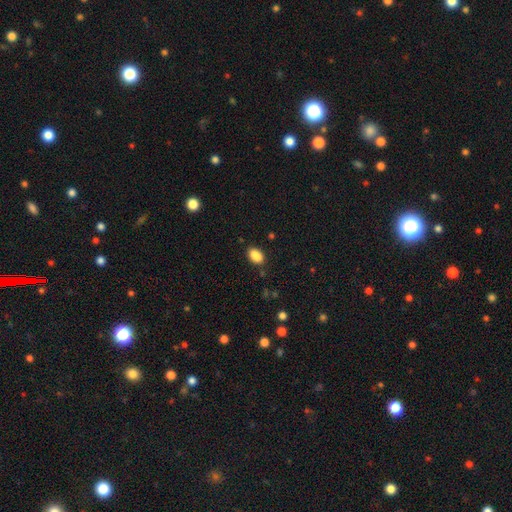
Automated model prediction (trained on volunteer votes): smooth_or_featured: smooth (p=0.88) [alt: star or artifact p=0.09]
how_rounded: in between (p=0.90) [alt: round p=0.08]
merging: none (p=0.84) [alt: minor disturbance p=0.11]